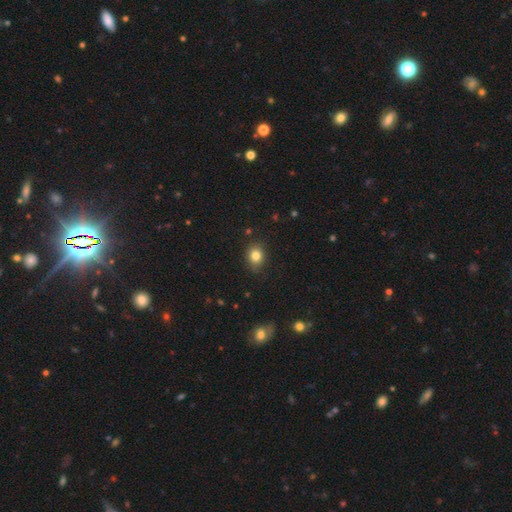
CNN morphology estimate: A smooth galaxy with no disk features (82%) that is round (59%).

Vote fractions:
- Smooth or featured? smooth: 82% / star or artifact: 11% / featured or disk: 7%
- How rounded? round: 59% / in between: 40% / cigar-shaped: 1%
- Merging? none: 84% / minor disturbance: 12% / major disturbance: 3% / merger: 1%